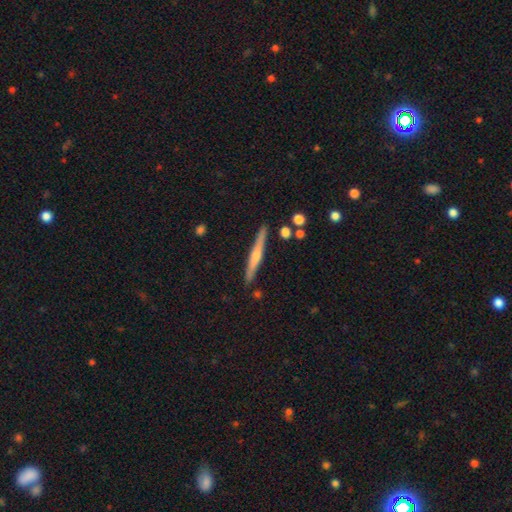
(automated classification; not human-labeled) This appears to be a featured or disk galaxy (63%) viewed edge-on (97%) with a rounded central bulge (76%). Merging: none (89%).